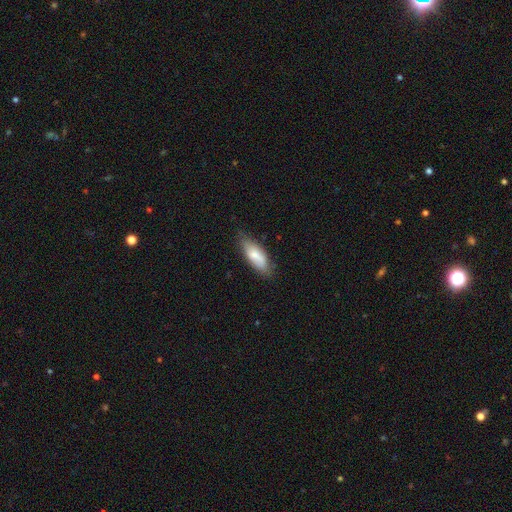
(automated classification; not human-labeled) Morphology: type=smooth (72%); roundness=in between (72%); merging=none (69%).